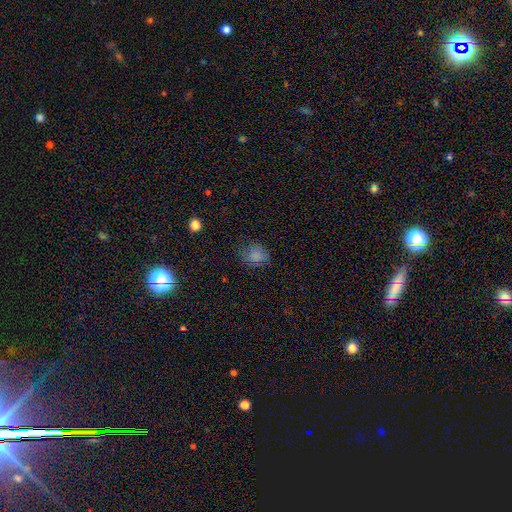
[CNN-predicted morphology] Smooth or featured?
  - smooth: 80% *
  - star or artifact: 13%
  - featured or disk: 6%
How rounded?
  - round: 63% *
  - in between: 36%
  - cigar-shaped: 1%
Merging?
  - none: 67% *
  - minor disturbance: 24%
  - major disturbance: 8%
  - merger: 1%